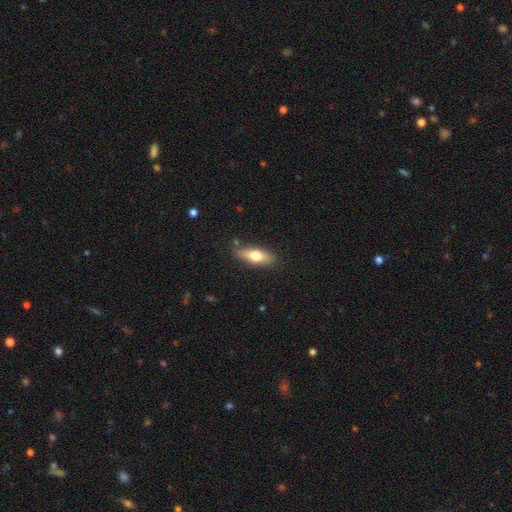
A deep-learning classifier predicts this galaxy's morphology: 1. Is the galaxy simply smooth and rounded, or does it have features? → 63% smooth, 31% featured or disk, 6% star or artifact.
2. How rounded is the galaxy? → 63% in between, 33% cigar-shaped, 3% round.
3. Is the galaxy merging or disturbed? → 81% none, 14% minor disturbance, 3% major disturbance, 2% merger.